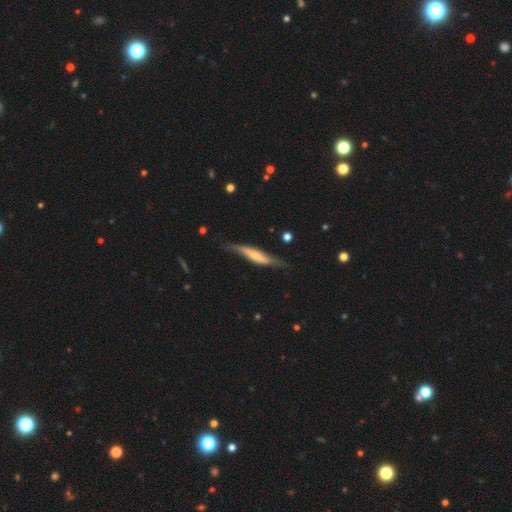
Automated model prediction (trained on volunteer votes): featured or disk 50%, smooth 44%, star or artifact 6%. Down the decision tree: edge-on disk — yes (75%); merging — none (62%).